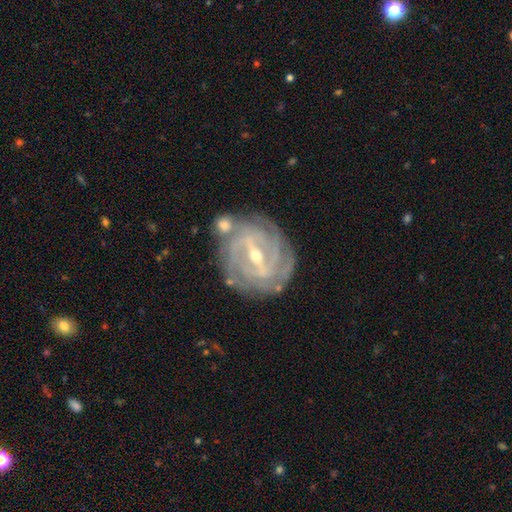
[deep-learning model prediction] This is clearly a featured or disk galaxy (90%). It is clearly not viewed edge-on (96%). Bar: possibly strong (58%). Spiral arm pattern: clearly yes (97%). Spiral arm count: marginally 3 (26%). Spiral winding: likely tight (75%). Central bulge: possibly moderate (50%). Merging: likely none (75%).